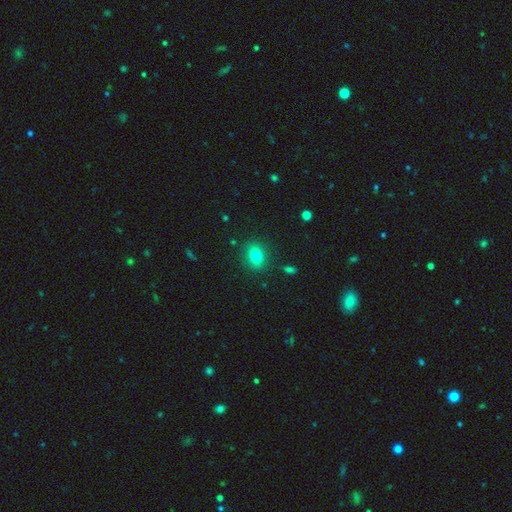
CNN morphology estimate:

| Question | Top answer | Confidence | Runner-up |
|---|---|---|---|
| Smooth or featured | smooth | 80% | star or artifact (11%) |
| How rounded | in between | 66% | round (32%) |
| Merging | none | 87% | minor disturbance (9%) |